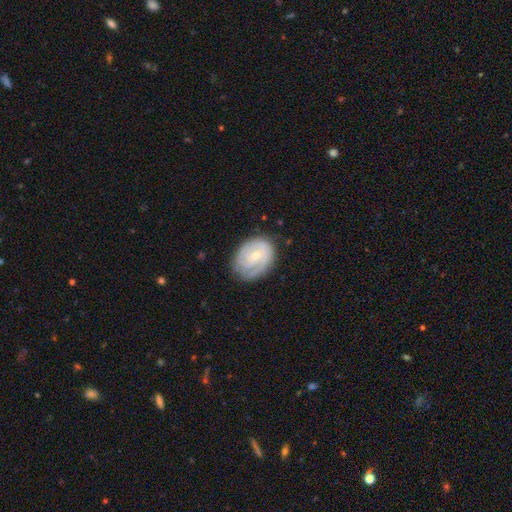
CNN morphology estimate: A featured or disk galaxy (76%) with no bar (59%), tight (68%) spiral arms (89%) and a small central bulge (63%). Merging: none (71%).